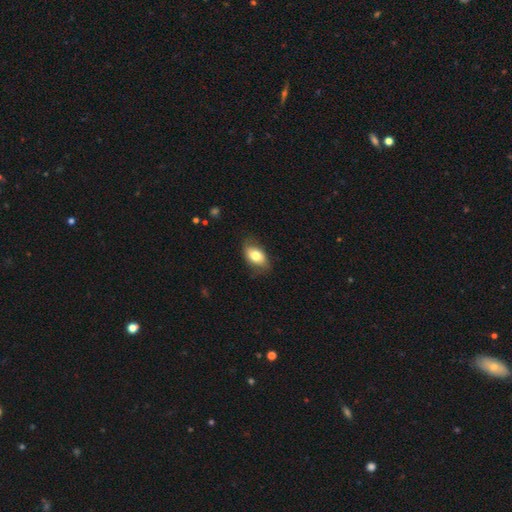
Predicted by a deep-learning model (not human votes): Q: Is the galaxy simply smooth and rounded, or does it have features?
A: smooth — 73%.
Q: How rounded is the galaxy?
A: in between — 89%.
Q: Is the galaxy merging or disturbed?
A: none — 73%.